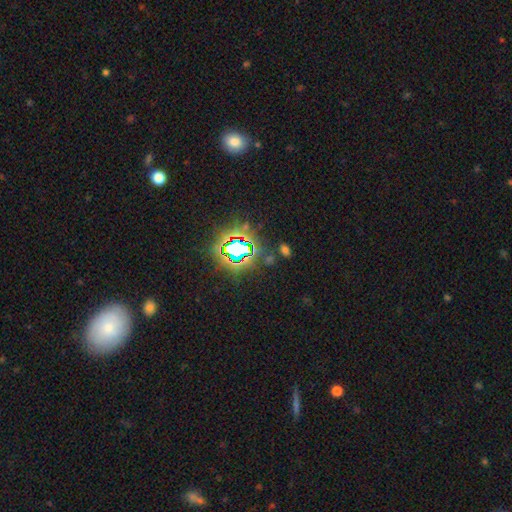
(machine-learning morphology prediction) The model was most divided on "smooth or featured": star or artifact: 77%, smooth: 13%, featured or disk: 9%.